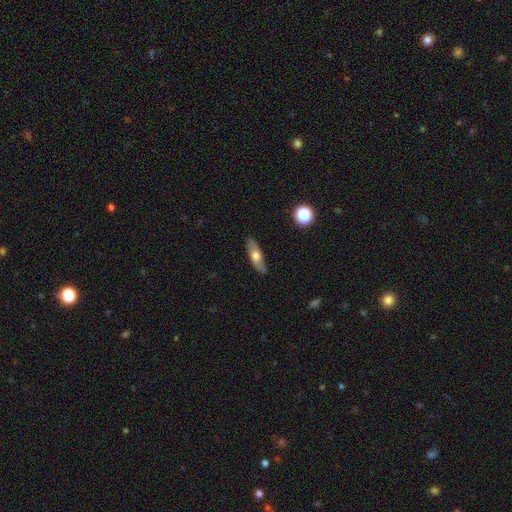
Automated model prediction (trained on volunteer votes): A smooth galaxy with no disk features (53%) that is in between round and cigar-shaped (53%).

Vote fractions:
- Smooth or featured? smooth: 53% / featured or disk: 40% / star or artifact: 7%
- How rounded? in between: 53% / cigar-shaped: 43% / round: 4%
- Merging? none: 83% / minor disturbance: 14% / major disturbance: 3% / merger: 1%